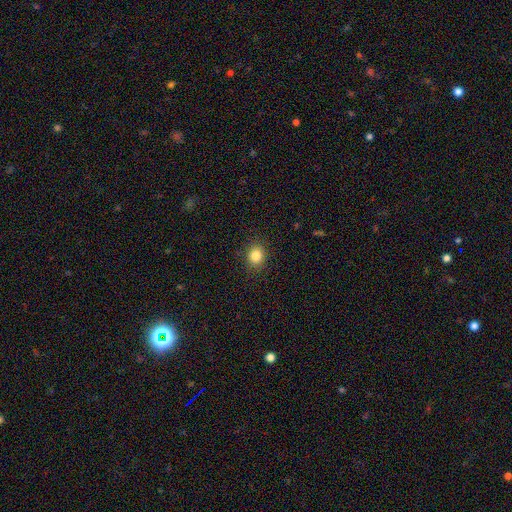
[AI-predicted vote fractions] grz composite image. It shows a smooth galaxy with no disk features (85%) that is round (70%). Merging: none (88%).